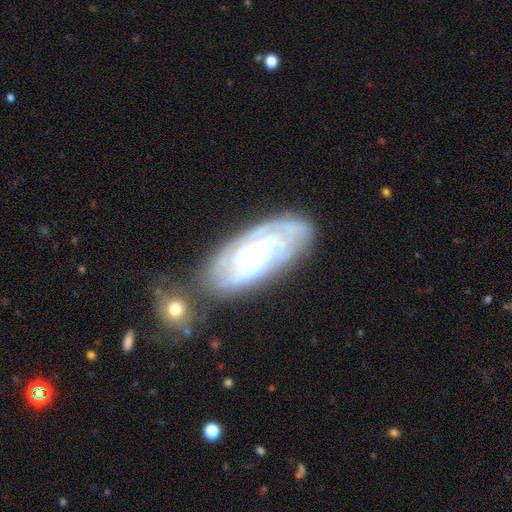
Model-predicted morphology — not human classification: A featured or disk galaxy (79%) with no bar (55%), tight (70%) spiral arms (92%) and a small central bulge (66%).

Vote fractions:
- Smooth or featured? featured or disk: 79% / smooth: 15% / star or artifact: 7%
- Edge-on disk? no: 92% / yes: 8%
- Bar? no: 55% / weak: 33% / strong: 11%
- Spiral arms? yes: 92% / no: 8%
- Spiral winding? tight: 70% / medium: 24% / loose: 6%
- Spiral arm count? can't tell: 43% / 3: 18% / 2: 15% / 4: 14% / more than 4: 6% / 1: 4%
- Bulge size? small: 66% / moderate: 21% / none: 8% / large: 3% / dominant: 1%
- Merging? none: 66% / minor disturbance: 19% / merger: 9% / major disturbance: 7%